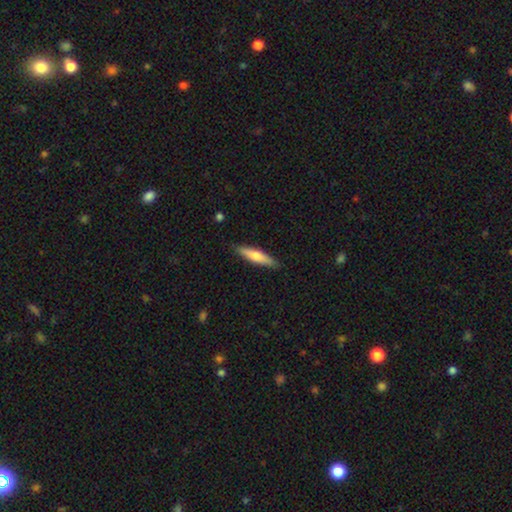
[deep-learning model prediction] Smooth or featured: smooth — 60% (featured or disk — 35%)
How rounded: cigar-shaped — 82% (in between — 17%)
Merging: none — 88% (minor disturbance — 9%)